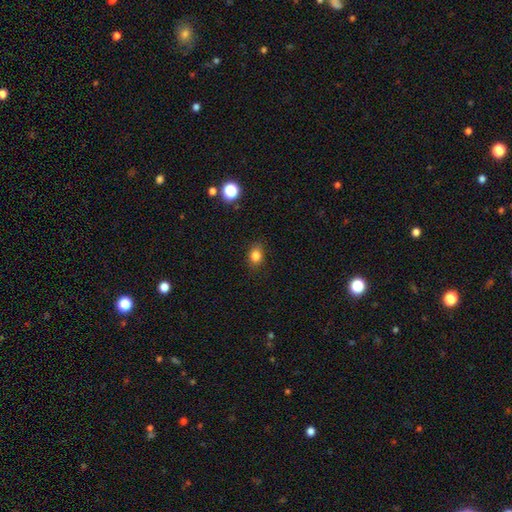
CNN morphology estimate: Smooth or featured? smooth (83%)
How rounded? in between (57%)
Merging? none (85%)